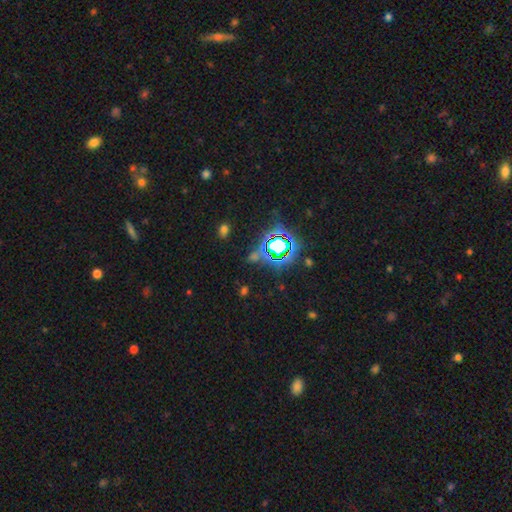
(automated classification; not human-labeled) Smooth or featured? star or artifact (71%)